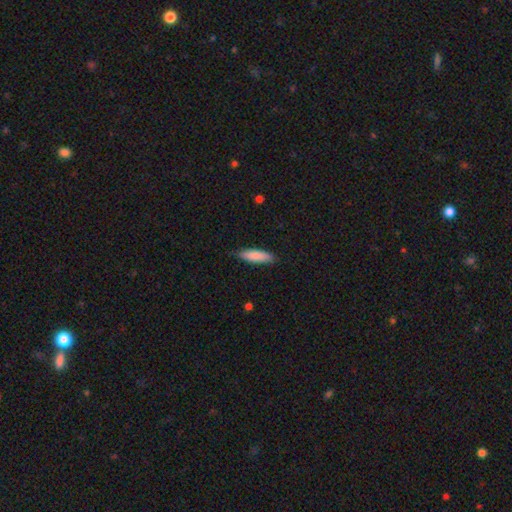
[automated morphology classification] Smooth or featured?
  - smooth: 85% *
  - featured or disk: 10%
  - star or artifact: 5%
How rounded?
  - cigar-shaped: 60% *
  - in between: 38%
  - round: 1%
Merging?
  - none: 80% *
  - minor disturbance: 17%
  - major disturbance: 2%
  - merger: 1%